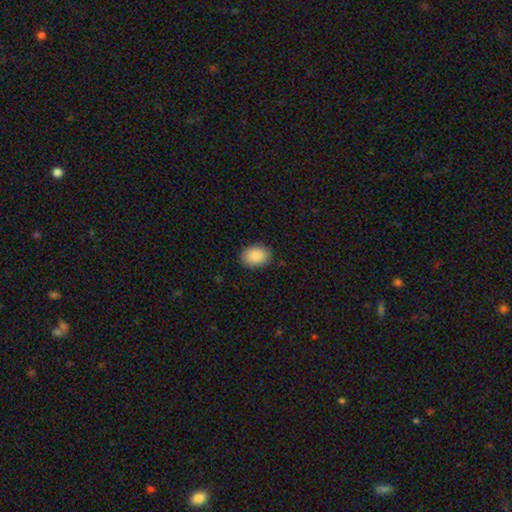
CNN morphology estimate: Smooth or featured: smooth — 90% (star or artifact — 7%)
How rounded: in between — 74% (round — 25%)
Merging: none — 87% (minor disturbance — 9%)